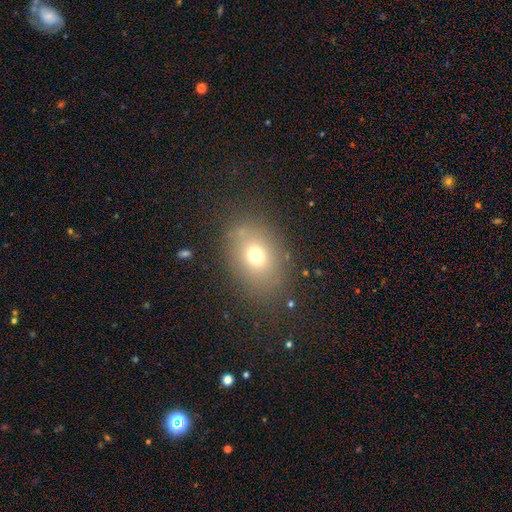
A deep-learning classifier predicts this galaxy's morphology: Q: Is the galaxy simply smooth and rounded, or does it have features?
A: smooth — 69%.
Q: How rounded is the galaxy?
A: in between — 65%.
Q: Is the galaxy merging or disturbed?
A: none — 80%.